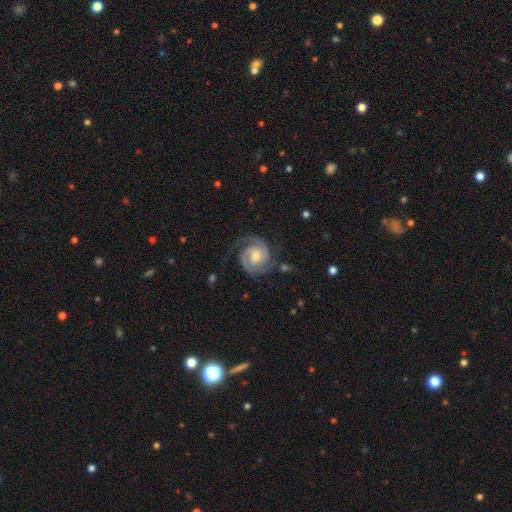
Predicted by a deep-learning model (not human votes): The model was most divided on "bar": no: 53%, weak: 37%, strong: 9%. More confident: spiral arms — yes (98%); edge-on disk — no (98%); smooth or featured — featured or disk (89%); spiral arm count — 2 (86%); merging — none (74%); spiral winding — tight (61%); bulge size — moderate (59%).